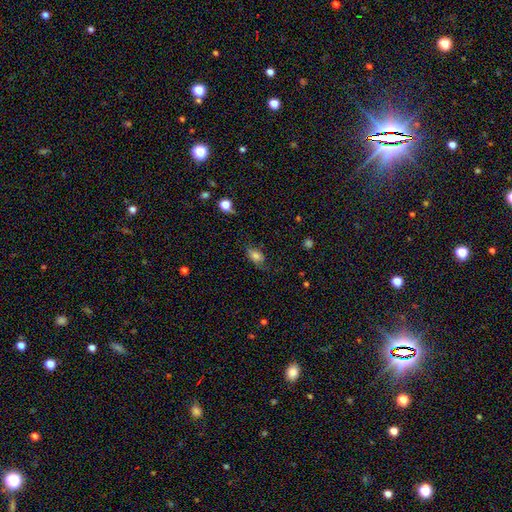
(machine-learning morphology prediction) A smooth galaxy with no disk features (70%) that is in between round and cigar-shaped (85%). Merging: none (56%).